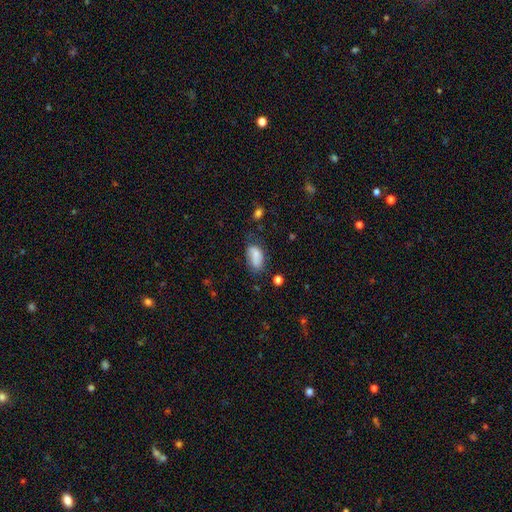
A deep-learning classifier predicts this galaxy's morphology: A smooth galaxy with no disk features (70%) that is in between round and cigar-shaped (91%).

Vote fractions:
- Smooth or featured? smooth: 70% / featured or disk: 21% / star or artifact: 9%
- How rounded? in between: 91% / round: 7% / cigar-shaped: 2%
- Merging? none: 54% / minor disturbance: 30% / major disturbance: 12% / merger: 4%